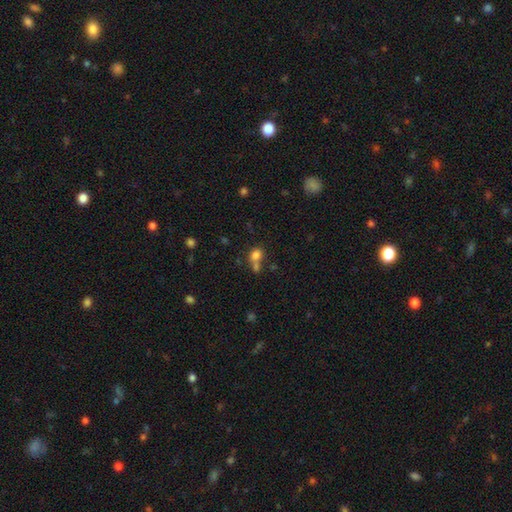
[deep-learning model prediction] Morphology: type=smooth (78%); roundness=round (56%); merging=none (43%).